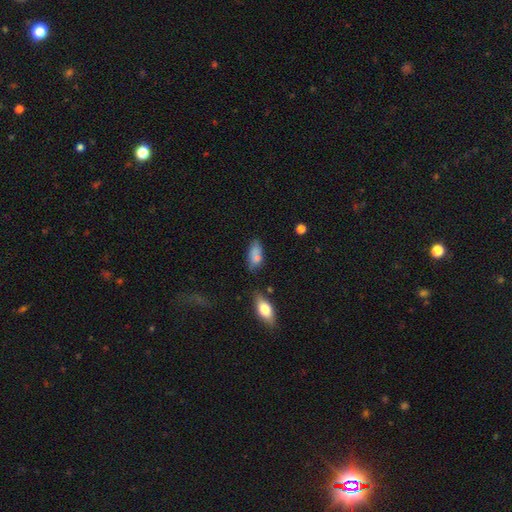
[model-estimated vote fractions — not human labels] Q: Smooth or featured?
A: smooth (76%); runner-up: featured or disk (15%)
Q: How rounded?
A: in between (84%); runner-up: cigar-shaped (12%)
Q: Merging?
A: none (54%); runner-up: minor disturbance (31%)